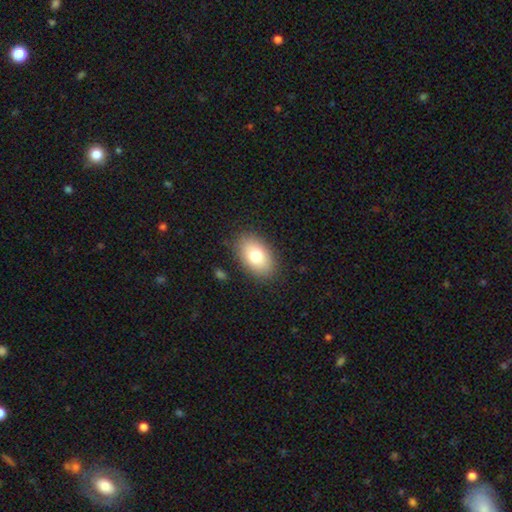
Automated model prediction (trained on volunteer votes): Smooth or featured?
  - smooth: 77% *
  - featured or disk: 15%
  - star or artifact: 8%
How rounded?
  - in between: 89% *
  - round: 9%
  - cigar-shaped: 1%
Merging?
  - none: 86% *
  - minor disturbance: 10%
  - major disturbance: 3%
  - merger: 1%